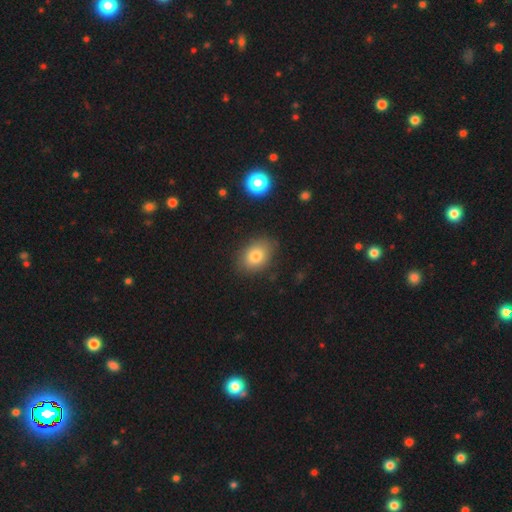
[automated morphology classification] The model was most divided on "how rounded": in between: 71%, round: 28%, cigar-shaped: 1%. More confident: merging — none (83%); smooth or featured — smooth (80%).